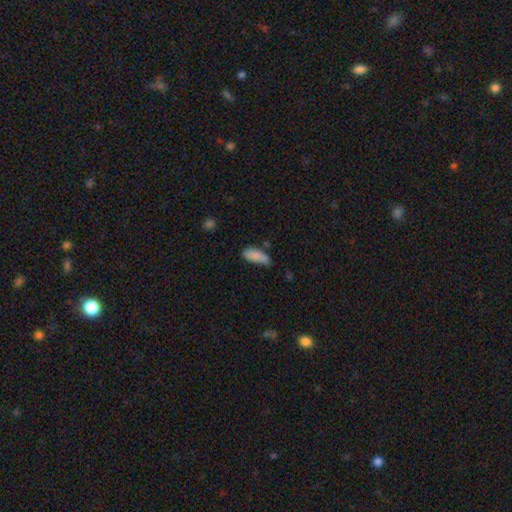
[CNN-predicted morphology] Smooth or featured? smooth (82%)
How rounded? in between (82%)
Merging? none (49%)